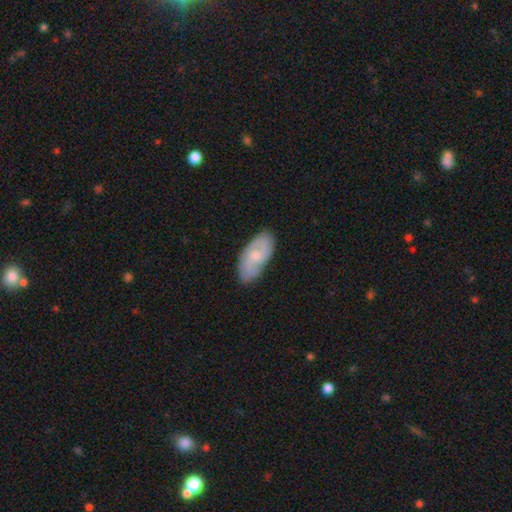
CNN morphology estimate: This appears to be a featured or disk galaxy (55%) with no bar (64%), spiral arms (83%) and a small central bulge (49%). Merging: none (82%).